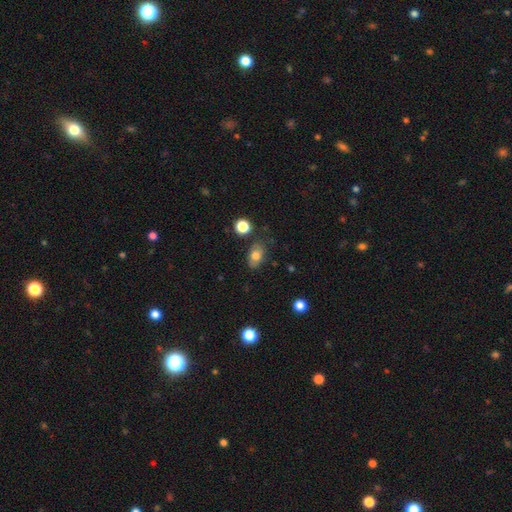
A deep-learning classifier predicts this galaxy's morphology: smooth 75%, featured or disk 15%, star or artifact 10%. Down the decision tree: how rounded — in between (83%); merging — none (76%).